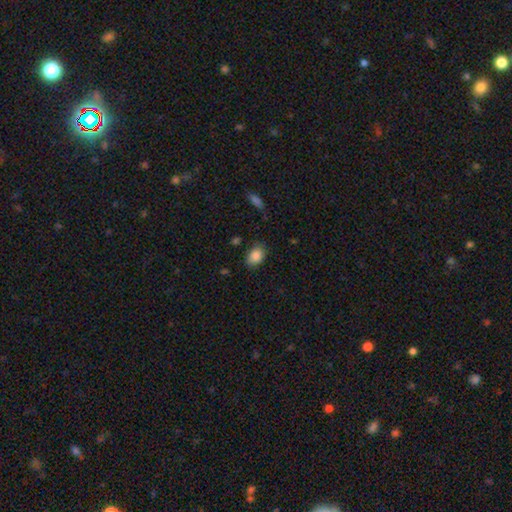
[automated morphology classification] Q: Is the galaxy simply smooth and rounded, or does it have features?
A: smooth — 87%.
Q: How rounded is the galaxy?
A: in between — 81%.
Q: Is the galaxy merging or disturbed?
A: none — 81%.